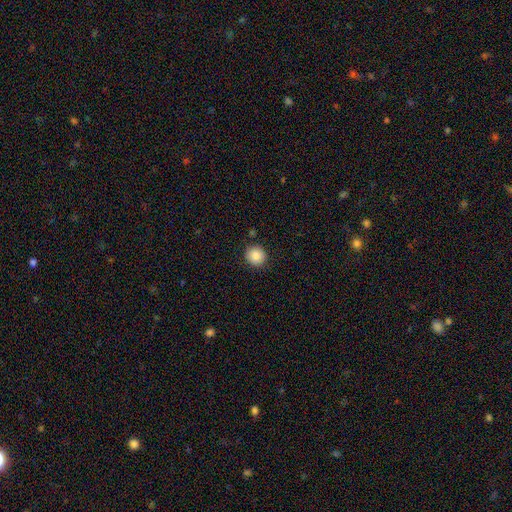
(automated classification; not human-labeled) Morphology: type=smooth (87%); roundness=round (91%); merging=none (89%).